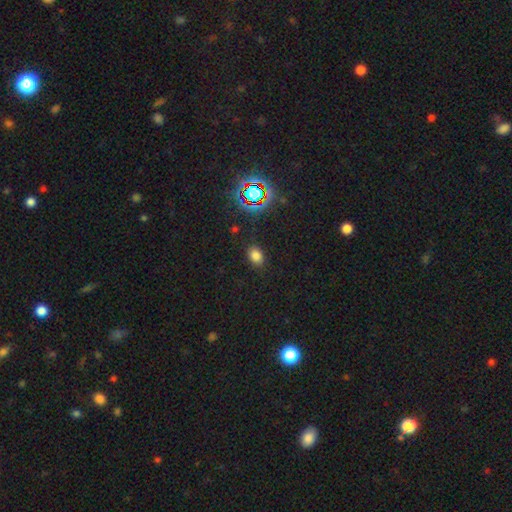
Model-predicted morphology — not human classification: type=smooth (75%); roundness=in between (74%); merging=none (86%).